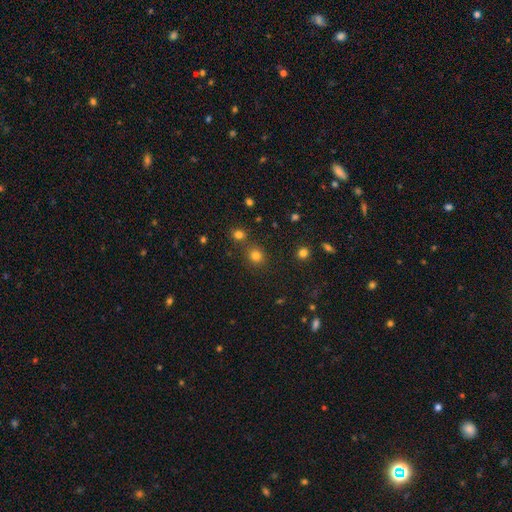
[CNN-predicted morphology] Overall: smooth (77%). How rounded: round (87%). Merging: none (76%).